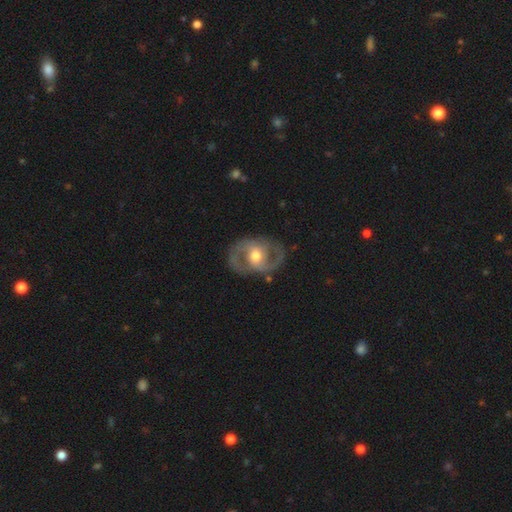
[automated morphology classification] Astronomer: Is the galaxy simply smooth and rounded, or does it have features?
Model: featured or disk — 82%.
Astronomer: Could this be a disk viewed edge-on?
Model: no — 96%.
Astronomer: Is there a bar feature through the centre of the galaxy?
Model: no — 44% (runner-up: weak, 39%).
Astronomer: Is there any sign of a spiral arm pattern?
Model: yes — 85%.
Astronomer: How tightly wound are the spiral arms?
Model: medium — 54%.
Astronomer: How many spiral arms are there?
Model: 2 — 88%.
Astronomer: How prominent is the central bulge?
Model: moderate — 72%.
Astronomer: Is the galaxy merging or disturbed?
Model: none — 78%.